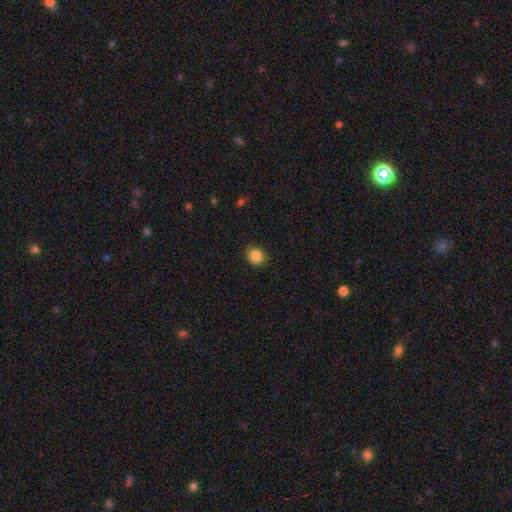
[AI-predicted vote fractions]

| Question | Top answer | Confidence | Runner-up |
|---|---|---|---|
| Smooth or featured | smooth | 87% | star or artifact (10%) |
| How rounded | round | 72% | in between (27%) |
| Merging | none | 87% | minor disturbance (10%) |